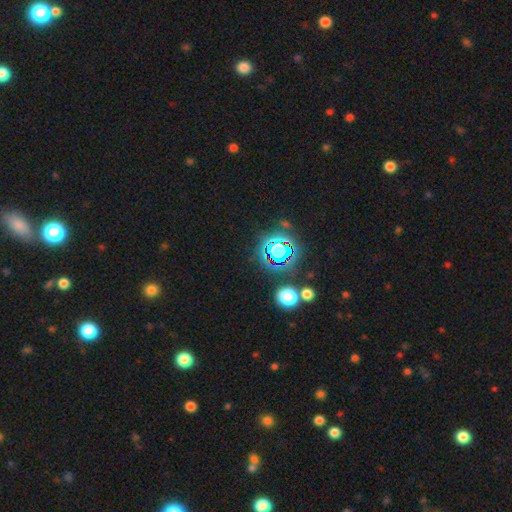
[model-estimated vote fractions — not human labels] This appears to be a star or artifact, not a galaxy (78%).